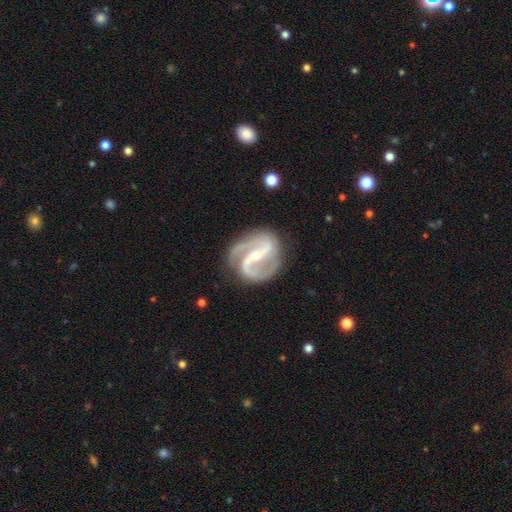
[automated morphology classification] This is clearly a featured or disk galaxy (92%). It is clearly not viewed edge-on (97%). Bar: likely strong (62%). Spiral arm pattern: clearly yes (97%). Spiral arm count: clearly 2 (91%). Spiral winding: possibly medium (54%). Central bulge: likely small (72%). Merging: likely none (78%).